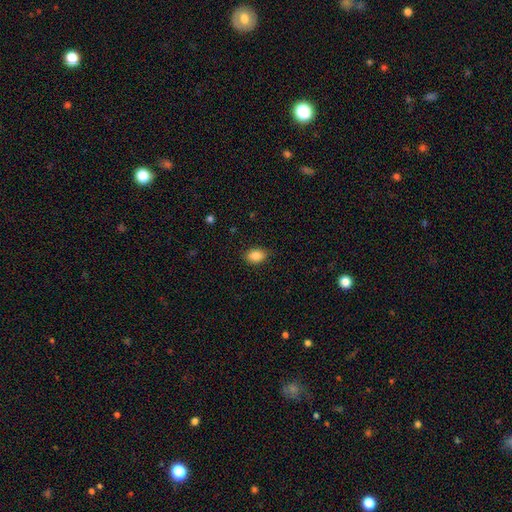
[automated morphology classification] Q: Smooth or featured?
A: smooth (88%); runner-up: star or artifact (8%)
Q: How rounded?
A: in between (81%); runner-up: round (17%)
Q: Merging?
A: none (83%); runner-up: minor disturbance (14%)